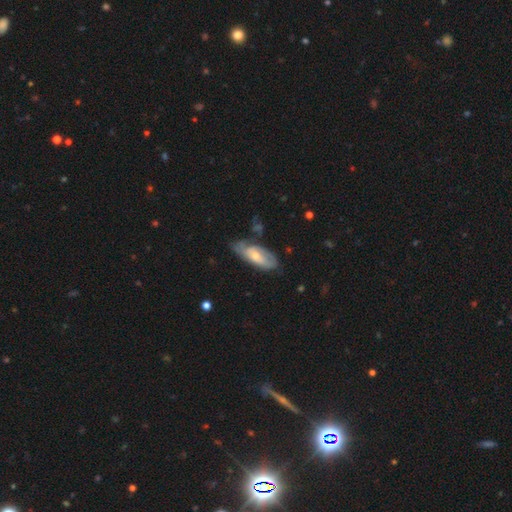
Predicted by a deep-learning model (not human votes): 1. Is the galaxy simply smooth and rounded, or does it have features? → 51% featured or disk, 44% smooth, 5% star or artifact.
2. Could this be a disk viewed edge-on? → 83% no, 17% yes.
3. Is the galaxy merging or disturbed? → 52% none, 32% minor disturbance, 13% major disturbance, 4% merger.